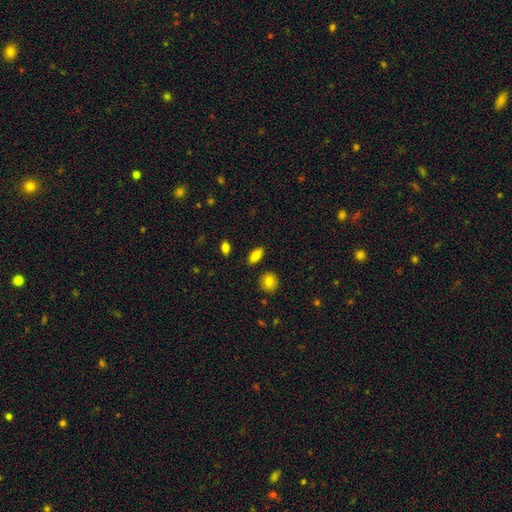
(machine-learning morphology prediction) A smooth galaxy with no disk features (85%) that is in between round and cigar-shaped (85%). Merging: none (87%).